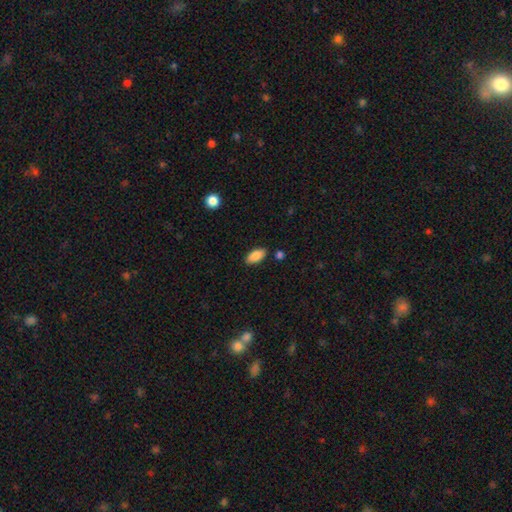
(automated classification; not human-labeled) smooth_or_featured: smooth (p=0.87) [alt: star or artifact p=0.07]
how_rounded: in between (p=0.92) [alt: cigar-shaped p=0.06]
merging: none (p=0.84) [alt: minor disturbance p=0.11]